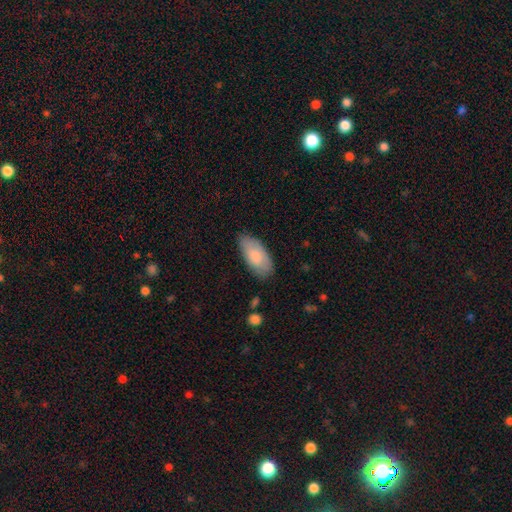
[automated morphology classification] Q: Smooth or featured?
A: smooth (81%); runner-up: featured or disk (14%)
Q: How rounded?
A: in between (93%); runner-up: cigar-shaped (5%)
Q: Merging?
A: none (78%); runner-up: minor disturbance (18%)